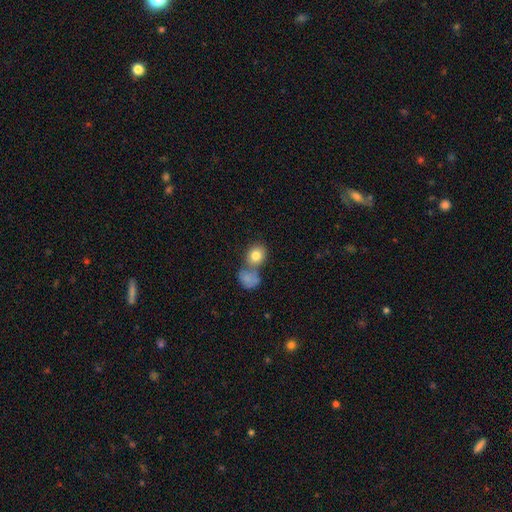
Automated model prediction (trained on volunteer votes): Smooth or featured?
  - smooth: 81% *
  - featured or disk: 10%
  - star or artifact: 9%
How rounded?
  - round: 67% *
  - in between: 32%
  - cigar-shaped: 1%
Merging?
  - none: 44% *
  - merger: 41%
  - minor disturbance: 10%
  - major disturbance: 5%